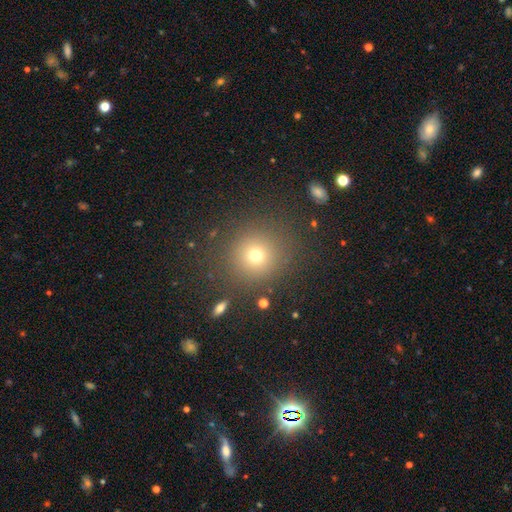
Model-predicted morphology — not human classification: A smooth galaxy with no disk features (71%) that is round (91%).

Vote fractions:
- Smooth or featured? smooth: 71% / star or artifact: 20% / featured or disk: 9%
- How rounded? round: 91% / in between: 8% / cigar-shaped: 1%
- Merging? none: 87% / minor disturbance: 7% / major disturbance: 4% / merger: 2%